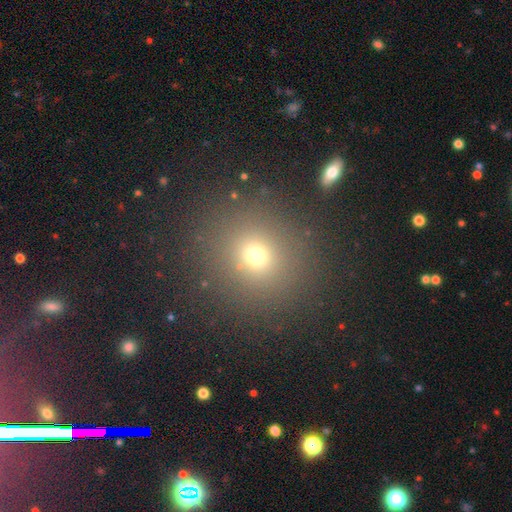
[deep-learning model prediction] Q: Smooth or featured?
A: smooth (69%); runner-up: star or artifact (23%)
Q: How rounded?
A: round (88%); runner-up: in between (11%)
Q: Merging?
A: none (87%); runner-up: minor disturbance (7%)